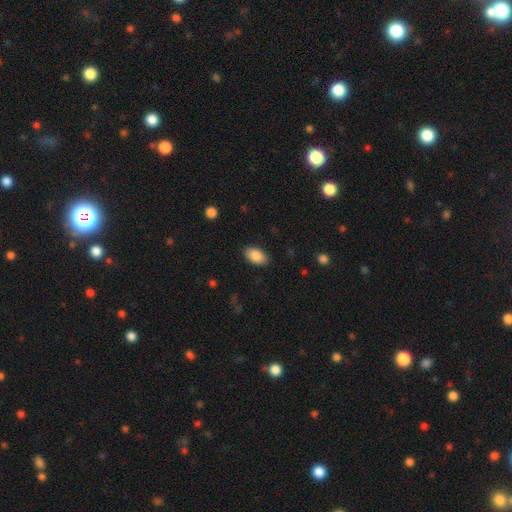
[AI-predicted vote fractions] Smooth or featured?
  - smooth: 88% *
  - star or artifact: 7%
  - featured or disk: 5%
How rounded?
  - in between: 94% *
  - round: 4%
  - cigar-shaped: 2%
Merging?
  - none: 86% *
  - minor disturbance: 10%
  - major disturbance: 3%
  - merger: 1%